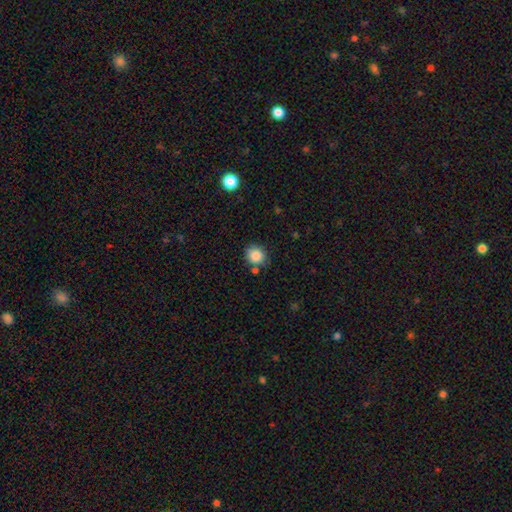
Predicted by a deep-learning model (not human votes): Smooth or featured? Predicted: smooth (p=0.87). How rounded? Predicted: round (p=0.84). Merging? Predicted: none (p=0.77).